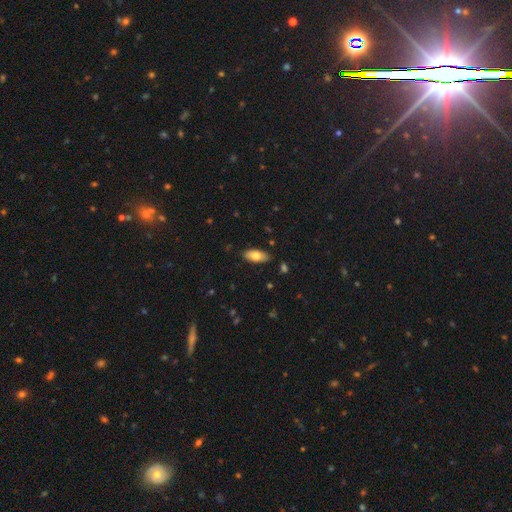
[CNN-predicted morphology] Smooth or featured?
  - smooth: 74% *
  - featured or disk: 20%
  - star or artifact: 6%
How rounded?
  - in between: 87% *
  - cigar-shaped: 11%
  - round: 2%
Merging?
  - none: 87% *
  - minor disturbance: 10%
  - major disturbance: 2%
  - merger: 1%